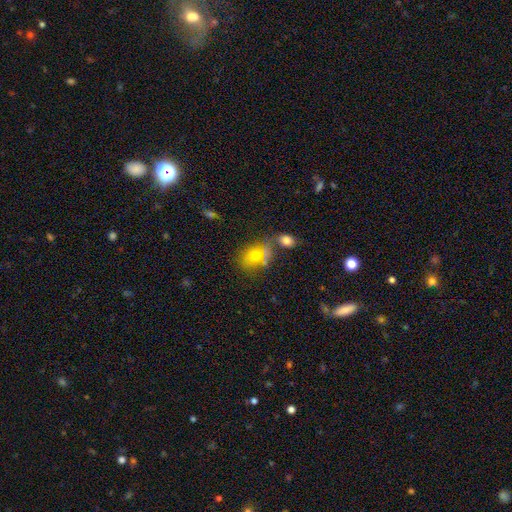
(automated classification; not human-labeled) This appears to be a smooth galaxy with no disk features (72%) that is in between round and cigar-shaped (57%). Merging: none (46%).